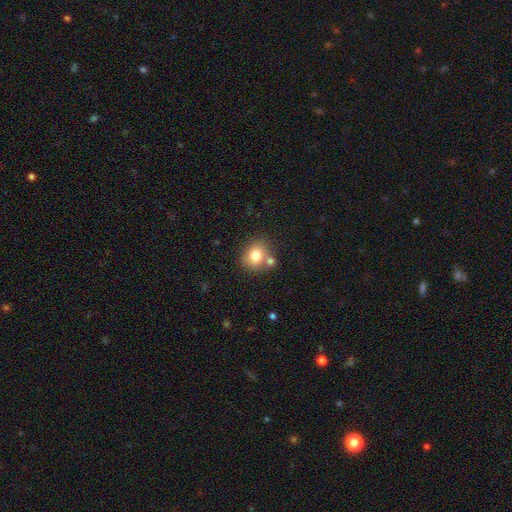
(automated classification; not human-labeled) smooth 78%, featured or disk 12%, star or artifact 10%. Down the decision tree: how rounded — round (72%); merging — none (63%).